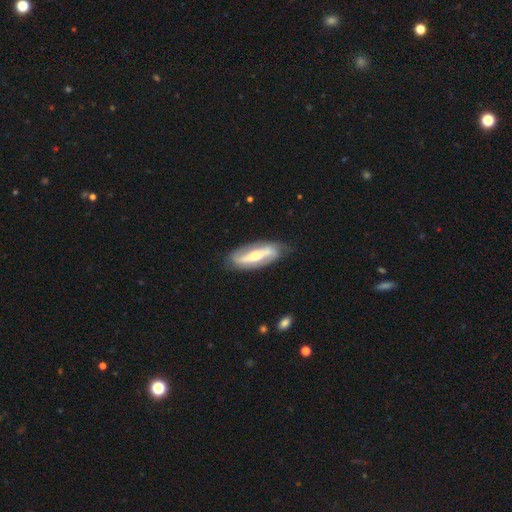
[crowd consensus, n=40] Overall: featured or disk (80%). Edge-on disk: no (78%). Bar: strong (80%). Spiral arms: yes (80%). Spiral arm count: 2 (90%). Spiral winding: medium (65%; loose 35%). Bulge size: moderate (64%; small 28%). Merging: none (65%; minor disturbance 27%).